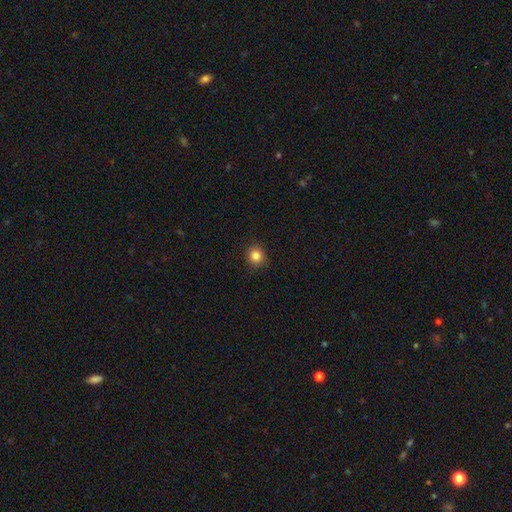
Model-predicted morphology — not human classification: Smooth or featured? smooth (84%)
How rounded? round (88%)
Merging? none (90%)